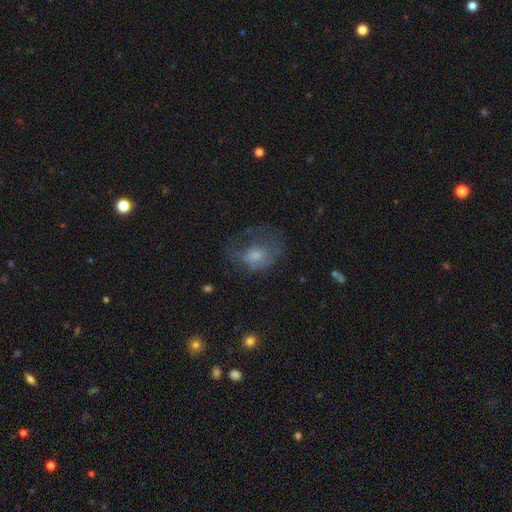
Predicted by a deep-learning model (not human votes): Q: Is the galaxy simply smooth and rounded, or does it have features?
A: smooth — 52%.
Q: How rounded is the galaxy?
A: in between — 59%.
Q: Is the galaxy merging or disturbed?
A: major disturbance — 42%.